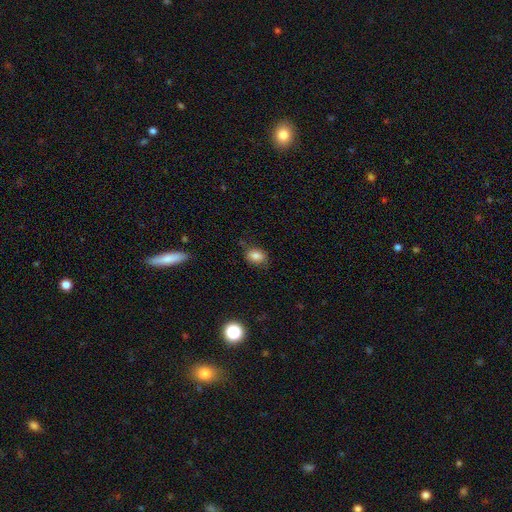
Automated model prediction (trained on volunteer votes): Smooth or featured?
  - smooth: 82% *
  - star or artifact: 11%
  - featured or disk: 7%
How rounded?
  - in between: 68% *
  - round: 30%
  - cigar-shaped: 1%
Merging?
  - none: 76% *
  - minor disturbance: 17%
  - major disturbance: 4%
  - merger: 2%